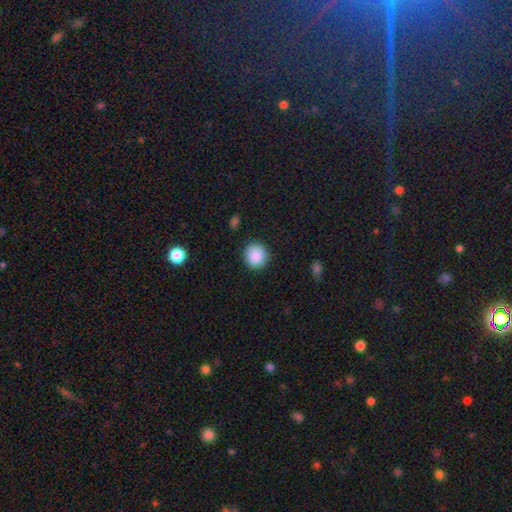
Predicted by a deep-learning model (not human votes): A smooth galaxy with no disk features (89%) that is round (89%). Merging: none (90%).